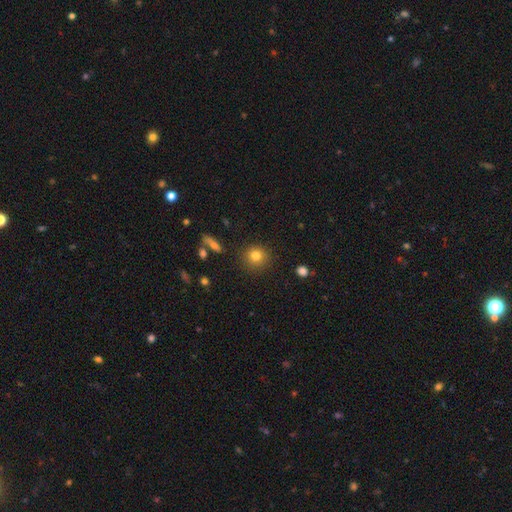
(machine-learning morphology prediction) type=smooth (80%); roundness=round (91%); merging=none (88%).